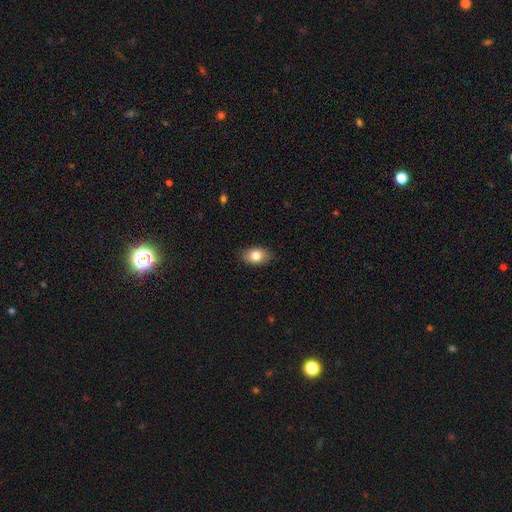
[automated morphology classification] This appears to be a smooth galaxy with no disk features (82%) that is in between round and cigar-shaped (85%). Merging: none (86%).